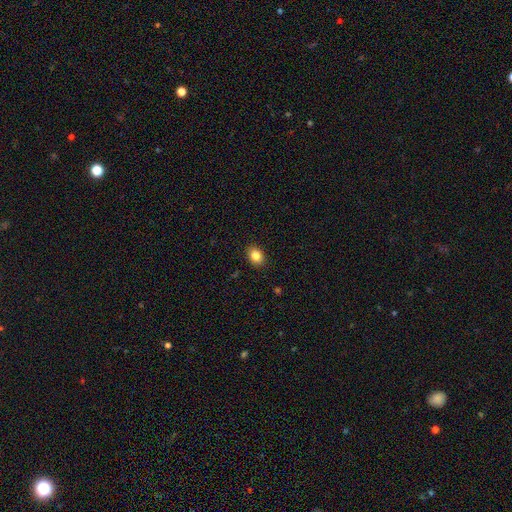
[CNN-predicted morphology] Smooth or featured? Predicted: smooth (p=0.84). How rounded? Predicted: in between (p=0.64). Merging? Predicted: none (p=0.89).